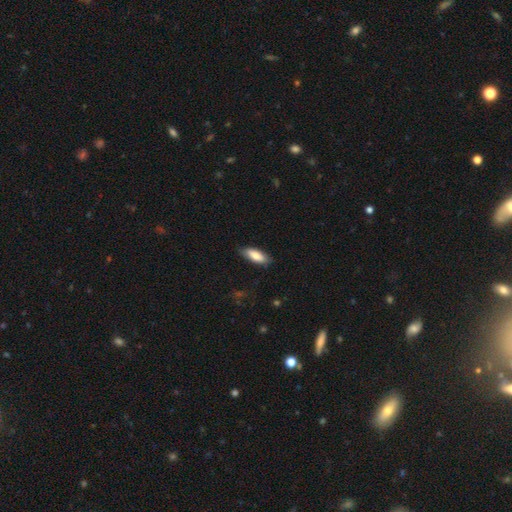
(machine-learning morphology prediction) smooth-or-featured: smooth: 80% | featured or disk: 15% | star or artifact: 6%
  how-rounded: in between: 71% | cigar-shaped: 27% | round: 2%
  merging: none: 81% | minor disturbance: 15% | major disturbance: 3% | merger: 1%